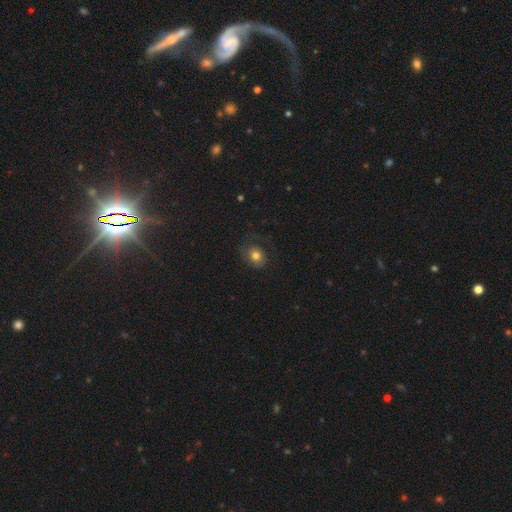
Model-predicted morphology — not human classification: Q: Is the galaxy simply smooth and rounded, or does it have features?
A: smooth — 72%.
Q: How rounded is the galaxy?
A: round — 66%.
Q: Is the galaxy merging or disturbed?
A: none — 64%.